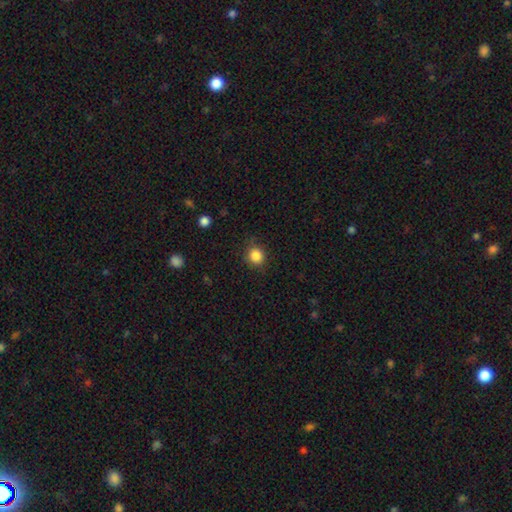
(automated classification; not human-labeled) This is clearly a smooth galaxy (85%). How rounded: clearly round (88%). Merging: clearly none (83%).